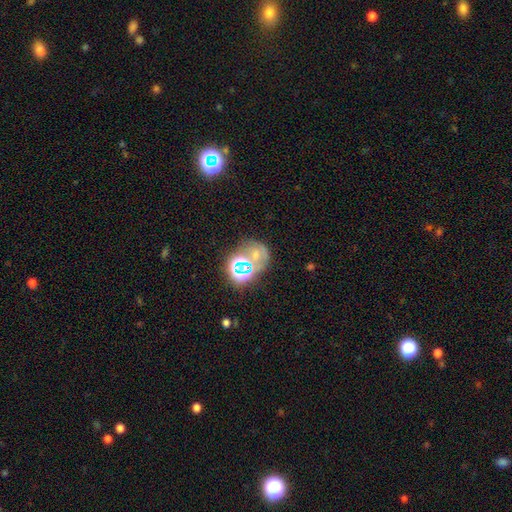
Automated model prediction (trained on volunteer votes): This is marginally a smooth galaxy (39%, tied with star or artifact). Merging: possibly none (48%).